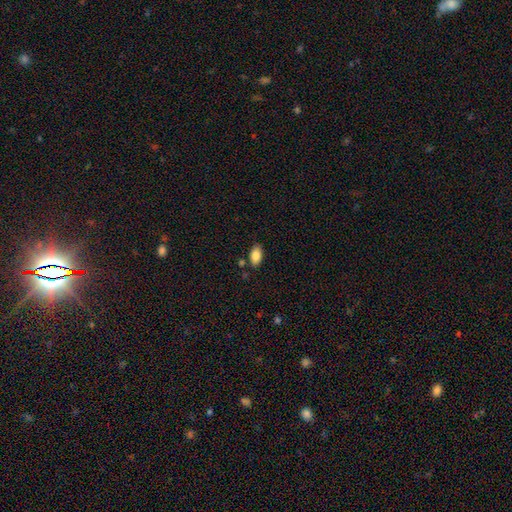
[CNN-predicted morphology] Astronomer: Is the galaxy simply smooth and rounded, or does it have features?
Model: smooth — 85%.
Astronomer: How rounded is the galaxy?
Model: in between — 93%.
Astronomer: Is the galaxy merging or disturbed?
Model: none — 81%.